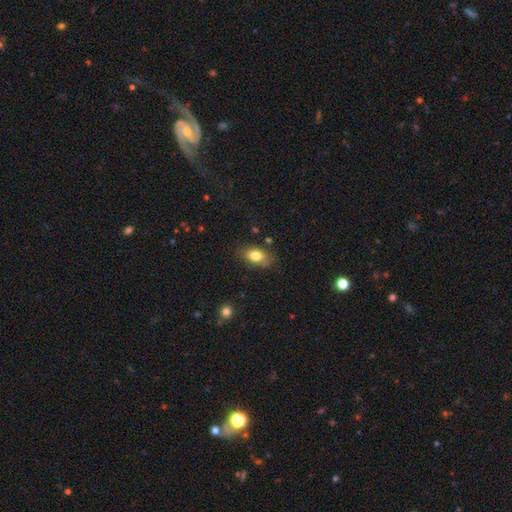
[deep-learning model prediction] smooth_or_featured: smooth (p=0.78) [alt: featured or disk p=0.13]
how_rounded: in between (p=0.83) [alt: round p=0.14]
merging: none (p=0.73) [alt: minor disturbance p=0.20]